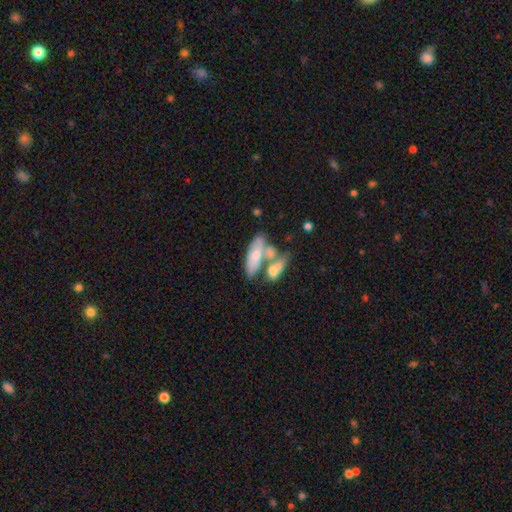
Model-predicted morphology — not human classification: Smooth or featured? smooth (62%)
How rounded? in between (71%)
Merging? merger (48%)